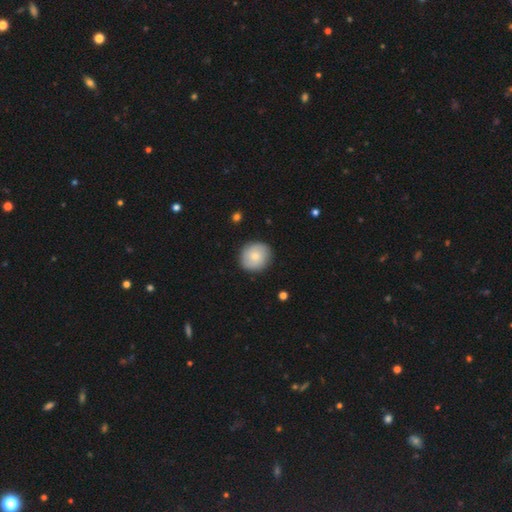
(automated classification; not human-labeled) smooth 72%, featured or disk 22%, star or artifact 6%. Down the decision tree: how rounded — round (85%); merging — none (88%).